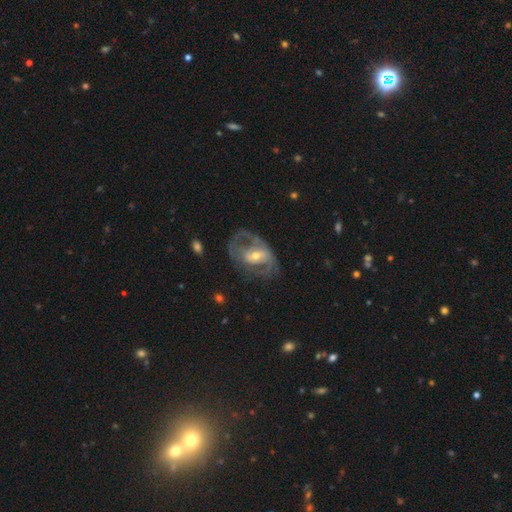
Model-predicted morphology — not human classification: A featured or disk galaxy (78%) with no bar (40%), 2 (62%) medium (48%) spiral arms (75%) and a moderate central bulge (50%).

Vote fractions:
- Smooth or featured? featured or disk: 78% / smooth: 15% / star or artifact: 6%
- Edge-on disk? no: 96% / yes: 4%
- Bar? no: 40% / weak: 39% / strong: 21%
- Spiral arms? yes: 75% / no: 25%
- Spiral winding? medium: 48% / tight: 27% / loose: 25%
- Spiral arm count? 2: 62% / can't tell: 21% / 1: 8% / 3: 6% / 4: 2% / more than 4: 2%
- Bulge size? moderate: 50% / small: 44% / large: 4% / none: 1% / dominant: 1%
- Merging? none: 52% / major disturbance: 26% / minor disturbance: 20% / merger: 2%